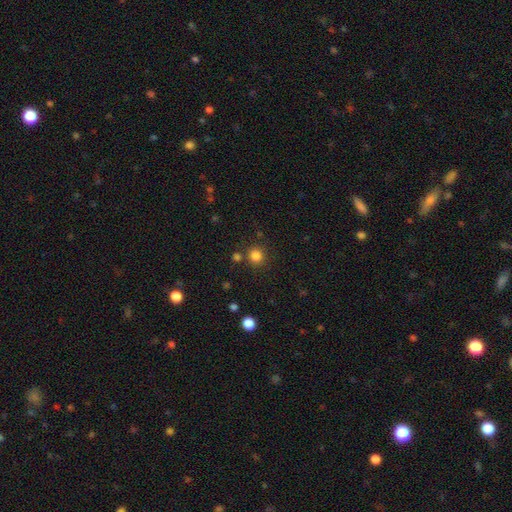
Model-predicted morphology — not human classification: Smooth or featured?
  - smooth: 83% *
  - star or artifact: 14%
  - featured or disk: 4%
How rounded?
  - round: 91% *
  - in between: 8%
  - cigar-shaped: 1%
Merging?
  - none: 82% *
  - minor disturbance: 8%
  - merger: 7%
  - major disturbance: 3%